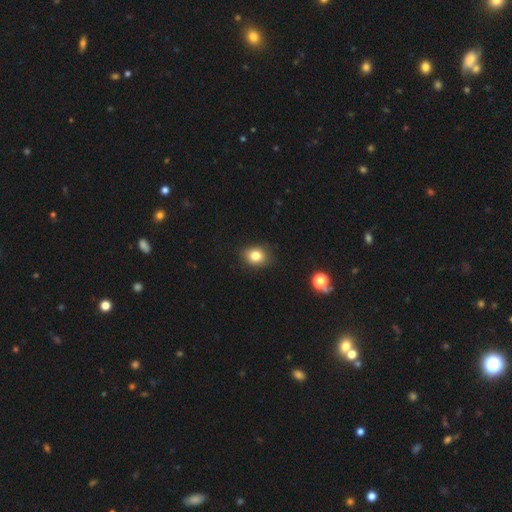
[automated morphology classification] This appears to be a smooth galaxy with no disk features (81%) that is round (54%). Merging: none (85%).